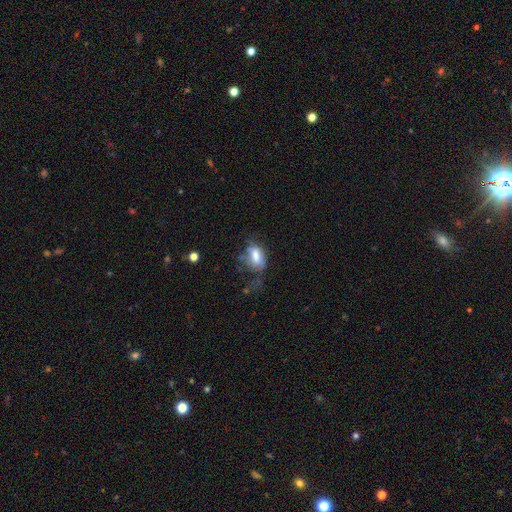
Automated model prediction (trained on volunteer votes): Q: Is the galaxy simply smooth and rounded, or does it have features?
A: smooth — 63%.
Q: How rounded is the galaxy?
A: in between — 85%.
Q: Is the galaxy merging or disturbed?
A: major disturbance — 36%.